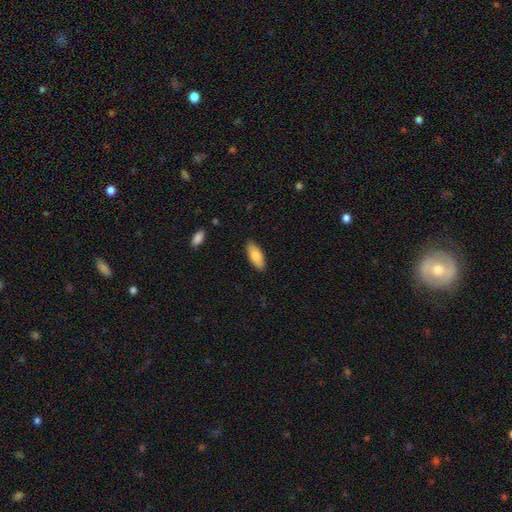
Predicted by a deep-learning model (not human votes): Smooth or featured?
  - smooth: 81% *
  - featured or disk: 13%
  - star or artifact: 6%
How rounded?
  - in between: 80% *
  - cigar-shaped: 18%
  - round: 2%
Merging?
  - none: 88% *
  - minor disturbance: 9%
  - major disturbance: 2%
  - merger: 1%